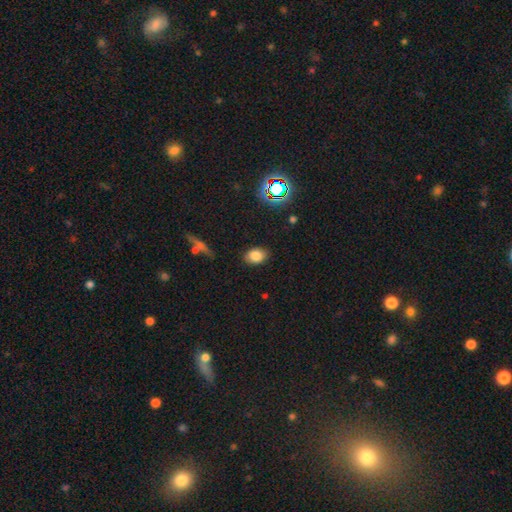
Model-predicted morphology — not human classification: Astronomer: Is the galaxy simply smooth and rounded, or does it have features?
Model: smooth — 81%.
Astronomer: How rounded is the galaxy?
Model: in between — 76%.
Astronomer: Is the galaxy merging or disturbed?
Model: none — 85%.